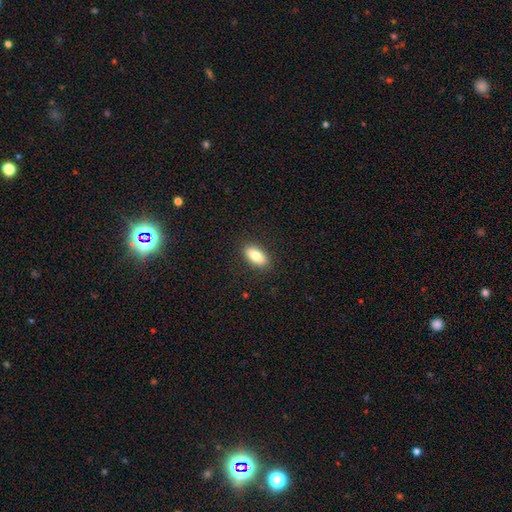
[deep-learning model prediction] smooth_or_featured: smooth (p=0.80) [alt: featured or disk p=0.13]
how_rounded: in between (p=0.87) [alt: cigar-shaped p=0.09]
merging: none (p=0.88) [alt: minor disturbance p=0.08]